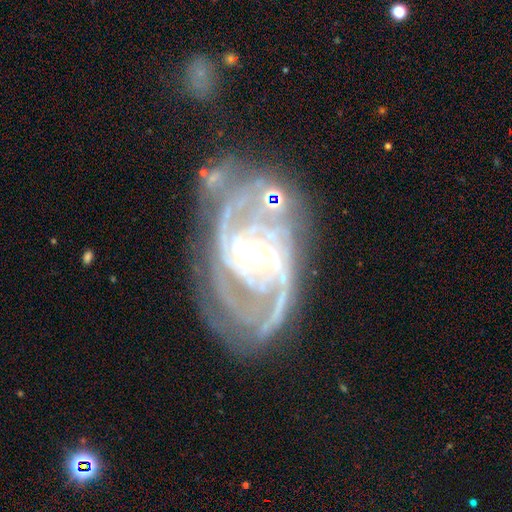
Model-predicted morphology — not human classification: This appears to be a featured or disk galaxy (91%) with a strong bar (39%), 2 (32%) tight (55%) spiral arms (97%) and a moderate central bulge (65%). Merging: none (64%).